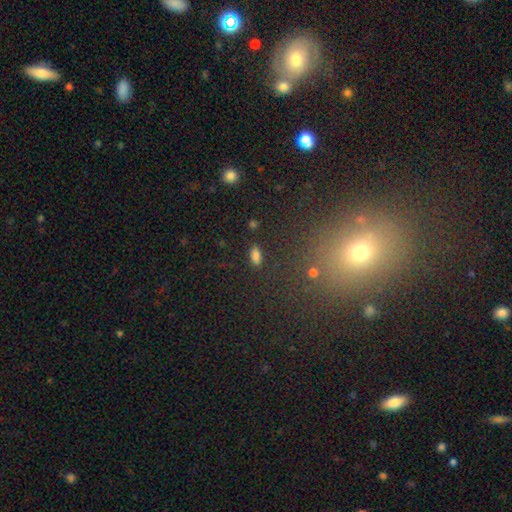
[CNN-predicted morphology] Smooth or featured: smooth — 83% (star or artifact — 12%)
How rounded: in between — 88% (cigar-shaped — 8%)
Merging: none — 86% (minor disturbance — 9%)